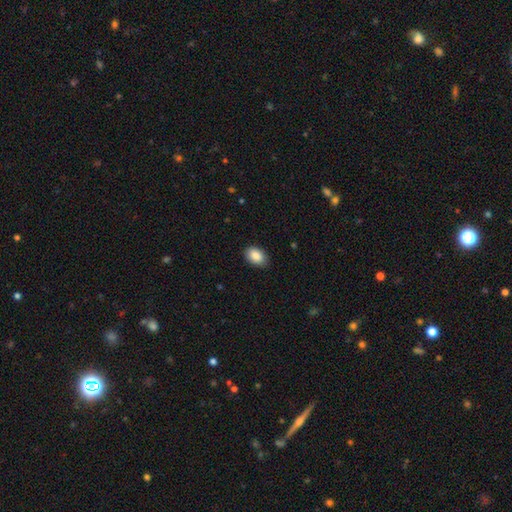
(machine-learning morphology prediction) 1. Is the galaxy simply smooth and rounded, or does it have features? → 88% smooth, 7% star or artifact, 4% featured or disk.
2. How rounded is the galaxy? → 85% in between, 14% round, 1% cigar-shaped.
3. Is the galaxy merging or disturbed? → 86% none, 11% minor disturbance, 2% major disturbance, 1% merger.